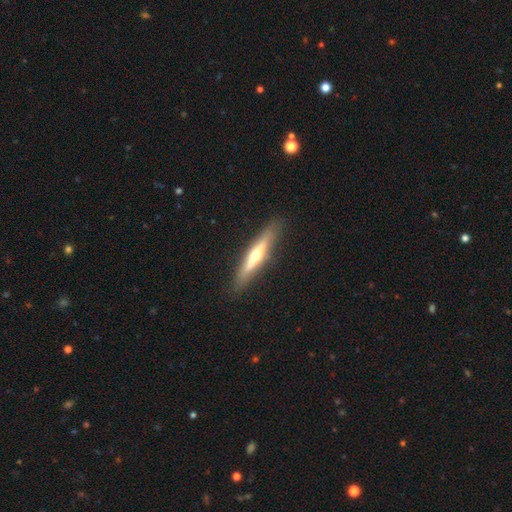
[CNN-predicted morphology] smooth_or_featured: featured or disk (p=0.60) [alt: smooth p=0.35]
disk_edge_on: yes (p=0.93) [alt: no p=0.07]
edge_on_bulge: rounded (p=0.87) [alt: none p=0.10]
merging: none (p=0.89) [alt: minor disturbance p=0.08]